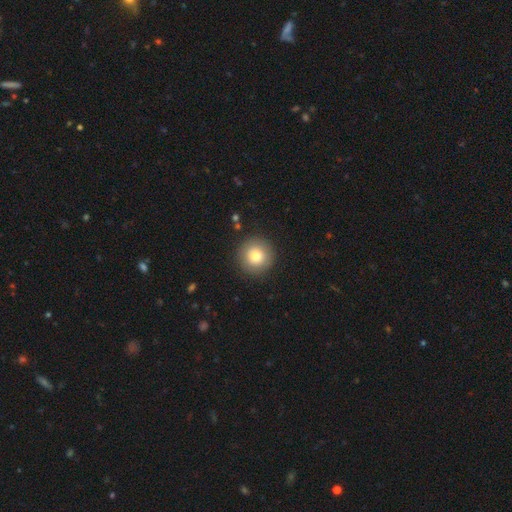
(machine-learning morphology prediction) Smooth or featured: smooth — 79% (featured or disk — 11%)
How rounded: round — 96% (in between — 3%)
Merging: none — 90% (minor disturbance — 6%)